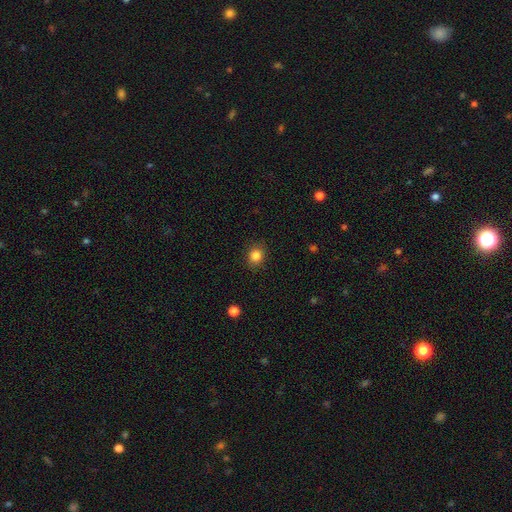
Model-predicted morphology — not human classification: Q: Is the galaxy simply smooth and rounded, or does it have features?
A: smooth — 84%.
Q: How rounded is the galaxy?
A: round — 73%.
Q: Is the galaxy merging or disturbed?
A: none — 87%.